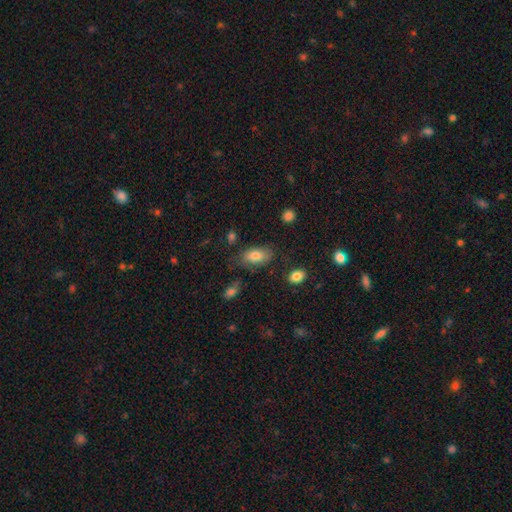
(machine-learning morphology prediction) smooth_or_featured: smooth (p=0.79) [alt: featured or disk p=0.13]
how_rounded: in between (p=0.92) [alt: round p=0.05]
merging: none (p=0.70) [alt: minor disturbance p=0.20]